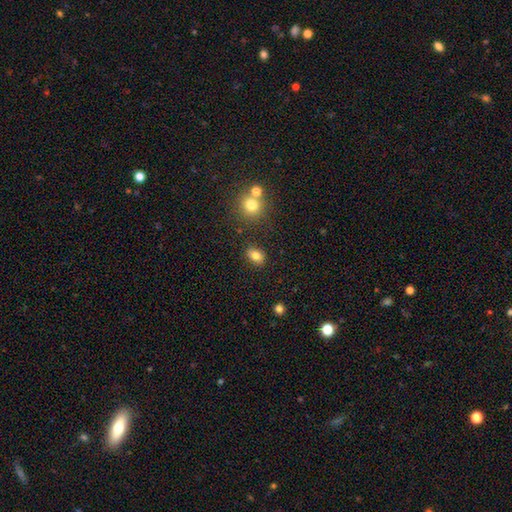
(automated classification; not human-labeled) This is clearly a smooth galaxy (80%). How rounded: likely in between (73%). Merging: clearly none (82%).